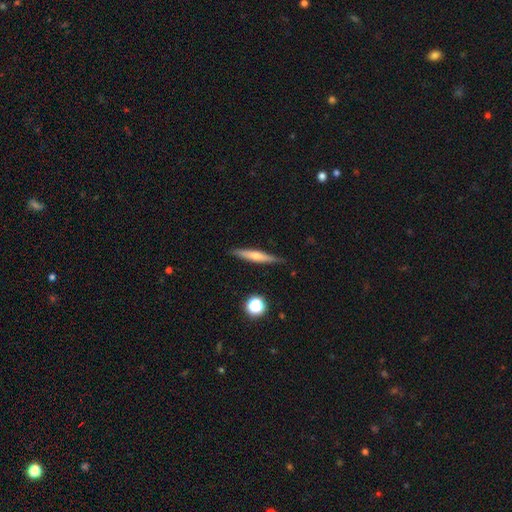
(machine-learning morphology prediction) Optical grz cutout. It shows a smooth galaxy with no disk features (49%). Merging: none (85%).